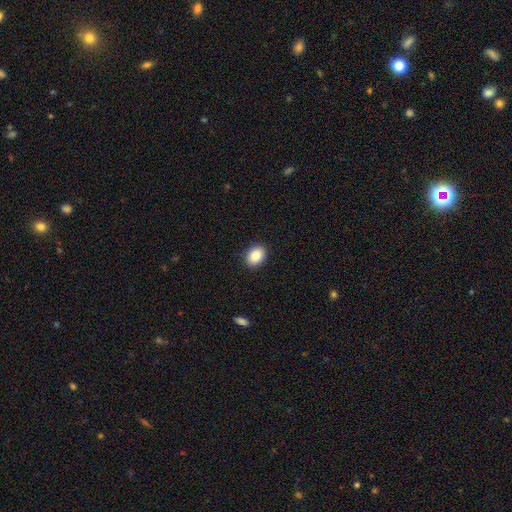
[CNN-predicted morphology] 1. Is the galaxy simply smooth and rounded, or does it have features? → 85% smooth, 8% star or artifact, 6% featured or disk.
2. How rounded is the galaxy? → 64% in between, 36% round, 1% cigar-shaped.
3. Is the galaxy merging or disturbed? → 90% none, 7% minor disturbance, 2% major disturbance, 1% merger.